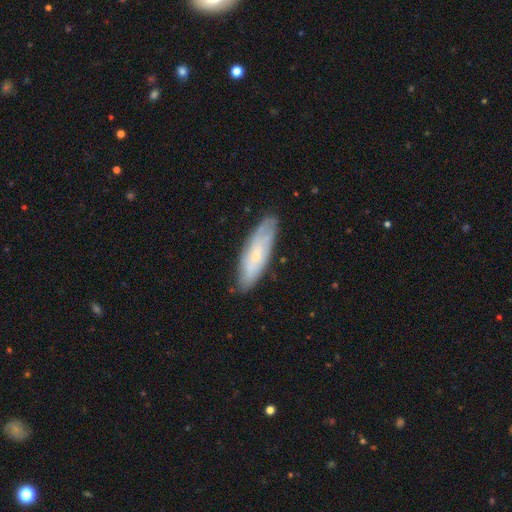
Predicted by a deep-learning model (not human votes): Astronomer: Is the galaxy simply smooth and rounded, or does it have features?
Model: featured or disk — 55% (runner-up: smooth, 38%).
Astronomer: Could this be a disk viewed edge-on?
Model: no — 70%.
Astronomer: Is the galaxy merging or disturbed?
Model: none — 81%.